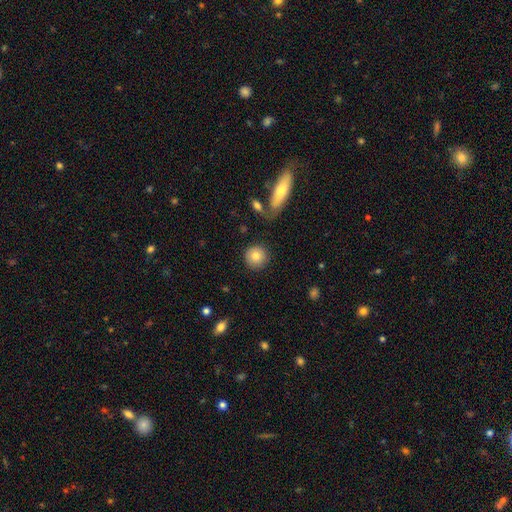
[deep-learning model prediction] smooth-or-featured: smooth: 81% | featured or disk: 10% | star or artifact: 8%
  how-rounded: round: 93% | in between: 6% | cigar-shaped: 1%
  merging: none: 87% | minor disturbance: 7% | merger: 3% | major disturbance: 3%